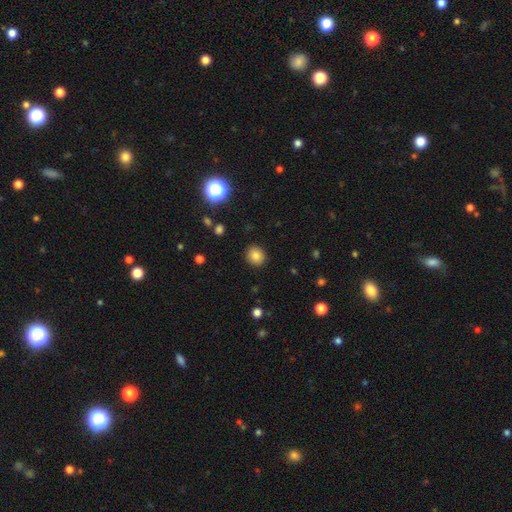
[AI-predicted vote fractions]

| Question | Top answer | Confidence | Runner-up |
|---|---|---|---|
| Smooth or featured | smooth | 83% | star or artifact (11%) |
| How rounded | round | 85% | in between (14%) |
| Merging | none | 91% | minor disturbance (6%) |